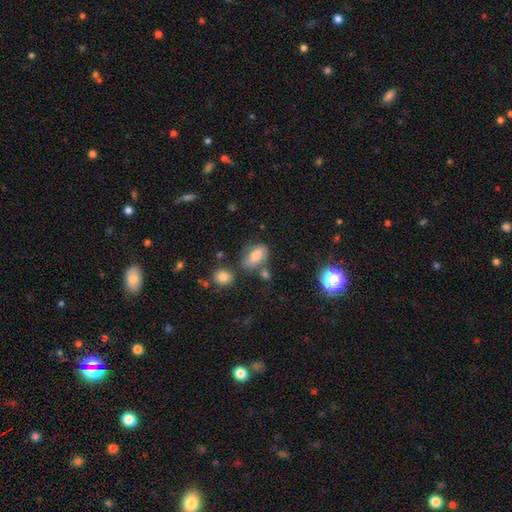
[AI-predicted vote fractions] smooth 73%, featured or disk 16%, star or artifact 11%. Down the decision tree: how rounded — in between (86%); merging — none (57%).